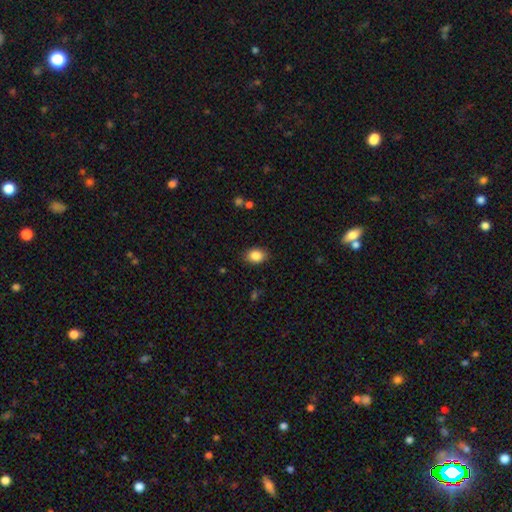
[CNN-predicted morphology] This appears to be a smooth galaxy with no disk features (86%) that is in between round and cigar-shaped (69%). Merging: none (85%).